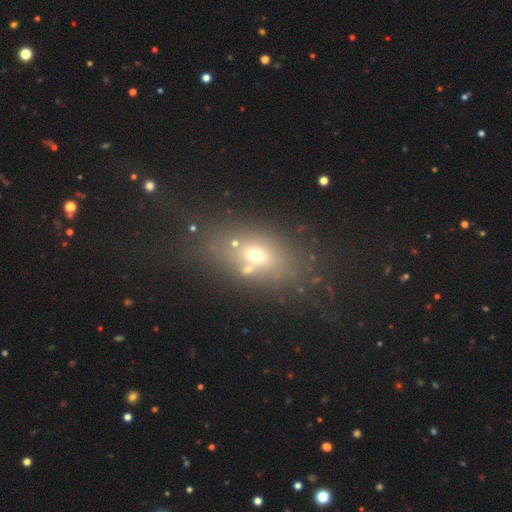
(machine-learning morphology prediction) The model was most divided on "smooth or featured": smooth: 57%, featured or disk: 23%, star or artifact: 20%. More confident: how rounded — in between (72%); merging — none (63%).